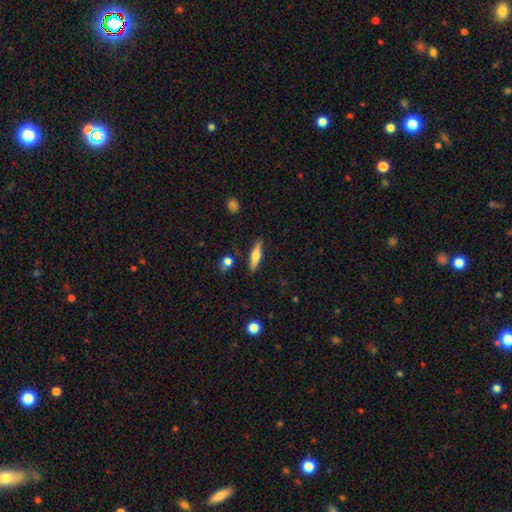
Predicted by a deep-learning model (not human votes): Smooth or featured? Predicted: smooth (p=0.51). How rounded? Predicted: cigar-shaped (p=0.71). Merging? Predicted: none (p=0.86).